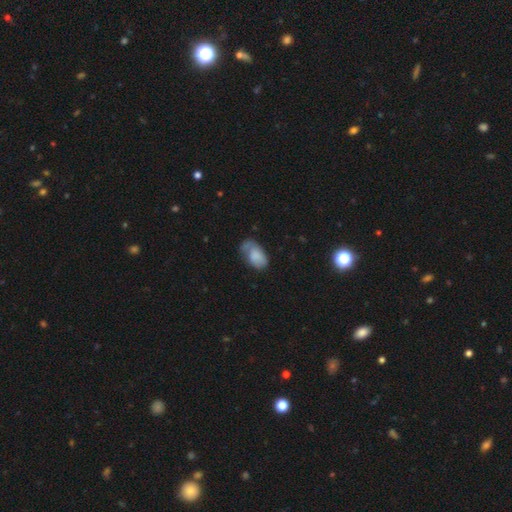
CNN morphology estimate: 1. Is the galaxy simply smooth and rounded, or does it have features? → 73% smooth, 19% featured or disk, 8% star or artifact.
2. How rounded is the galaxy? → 92% in between, 7% round, 2% cigar-shaped.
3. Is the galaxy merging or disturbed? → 37% none, 34% minor disturbance, 23% major disturbance, 7% merger.